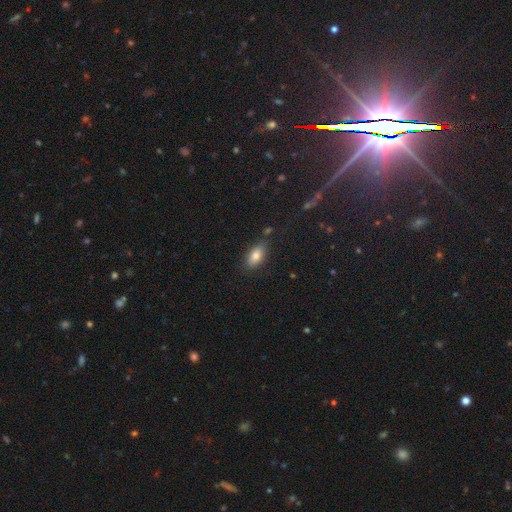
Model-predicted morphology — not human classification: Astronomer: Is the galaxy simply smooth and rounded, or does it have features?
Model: smooth — 79%.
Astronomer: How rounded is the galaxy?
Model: in between — 88%.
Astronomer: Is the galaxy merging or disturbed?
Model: none — 81%.